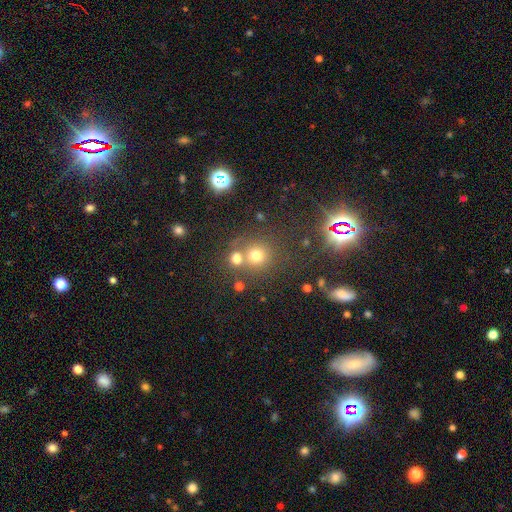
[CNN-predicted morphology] Smooth or featured: smooth — 70% (star or artifact — 20%)
How rounded: round — 89% (in between — 10%)
Merging: none — 58% (merger — 29%)